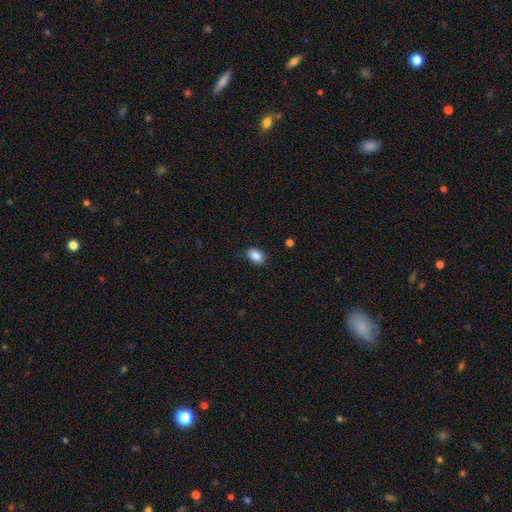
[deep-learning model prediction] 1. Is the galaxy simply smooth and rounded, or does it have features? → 88% smooth, 8% star or artifact, 4% featured or disk.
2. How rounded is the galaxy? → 83% in between, 16% round, 1% cigar-shaped.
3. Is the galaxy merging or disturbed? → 83% none, 13% minor disturbance, 3% major disturbance, 1% merger.